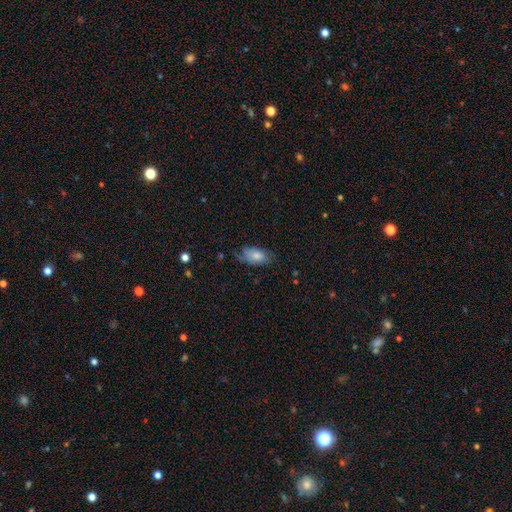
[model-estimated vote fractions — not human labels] Smooth or featured: smooth — 71% (featured or disk — 22%)
How rounded: in between — 92% (cigar-shaped — 5%)
Merging: none — 57% (minor disturbance — 30%)